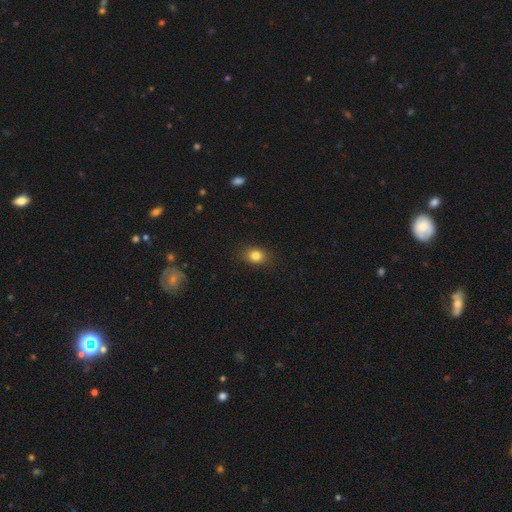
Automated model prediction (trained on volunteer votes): Smooth or featured? smooth (82%)
How rounded? in between (57%)
Merging? none (85%)